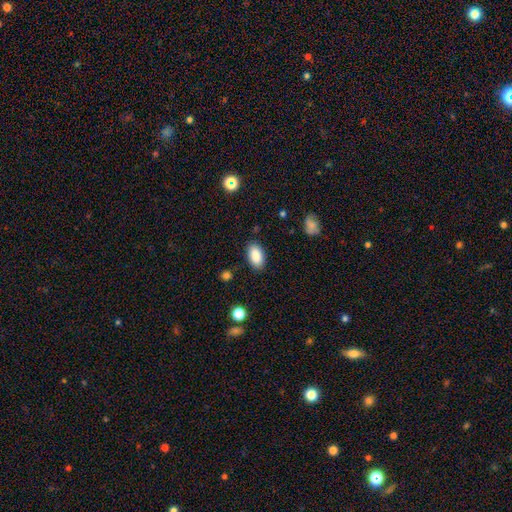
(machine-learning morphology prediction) Smooth or featured? Predicted: smooth (p=0.88). How rounded? Predicted: in between (p=0.94). Merging? Predicted: none (p=0.86).